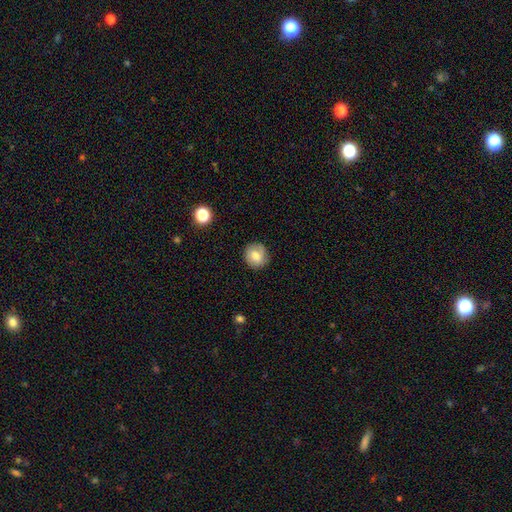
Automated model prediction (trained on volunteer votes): Morphology: type=smooth (73%); roundness=round (87%); merging=none (84%).